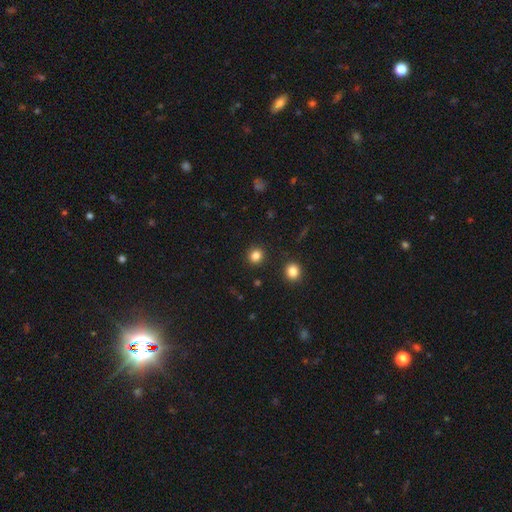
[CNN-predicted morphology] smooth 84%, star or artifact 12%, featured or disk 4%. Down the decision tree: how rounded — round (85%); merging — none (91%).